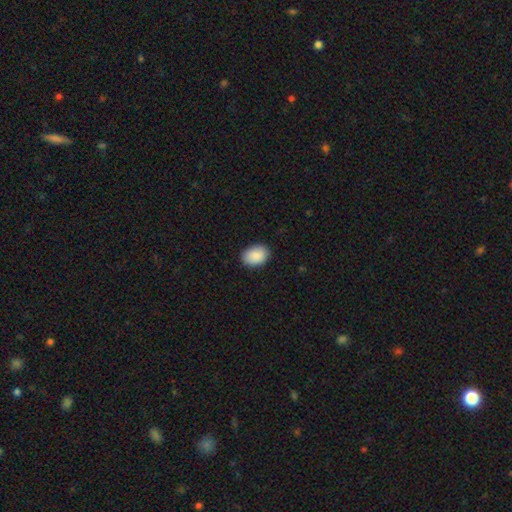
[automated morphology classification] Smooth or featured? Predicted: smooth (p=0.90). How rounded? Predicted: in between (p=0.80). Merging? Predicted: none (p=0.87).